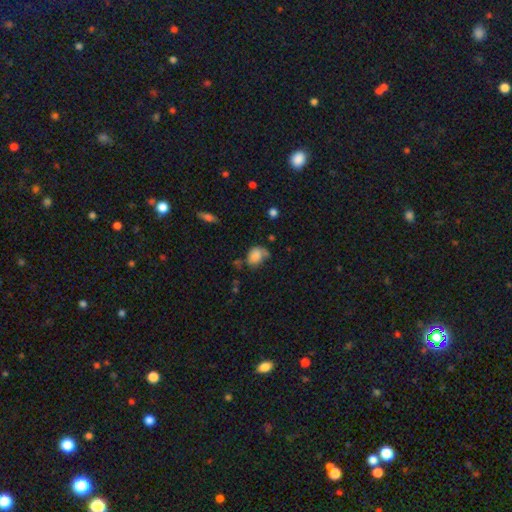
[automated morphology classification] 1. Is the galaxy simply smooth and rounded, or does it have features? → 79% smooth, 11% featured or disk, 10% star or artifact.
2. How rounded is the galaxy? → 62% in between, 37% round, 1% cigar-shaped.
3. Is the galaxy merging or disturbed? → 44% none, 29% minor disturbance, 16% major disturbance, 11% merger.